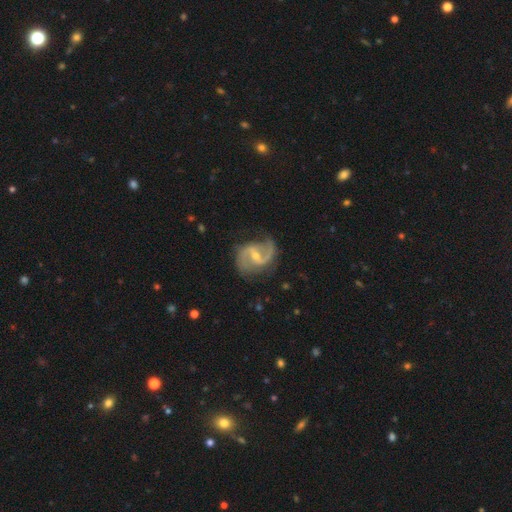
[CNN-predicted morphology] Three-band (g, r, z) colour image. It shows a featured or disk galaxy (91%) with a weak bar (54%), 2 (92%) medium (53%) spiral arms (97%) and a small central bulge (56%). Merging: none (72%).